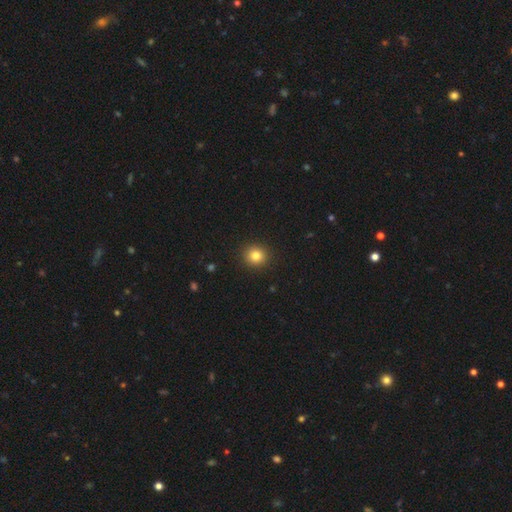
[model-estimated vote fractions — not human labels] Smooth or featured? smooth (82%)
How rounded? round (90%)
Merging? none (92%)